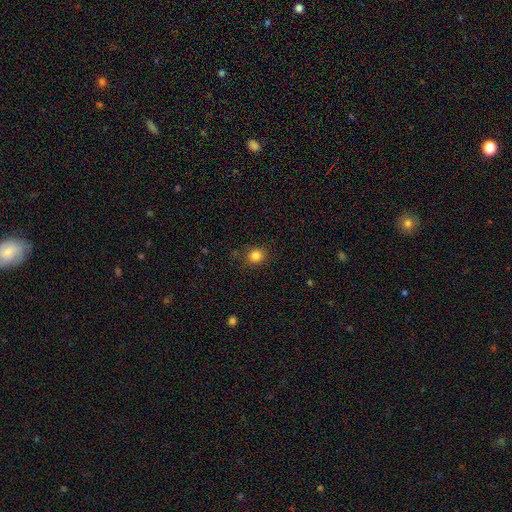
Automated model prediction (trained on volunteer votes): A smooth galaxy with no disk features (84%) that is round (81%).

Vote fractions:
- Smooth or featured? smooth: 84% / star or artifact: 12% / featured or disk: 5%
- How rounded? round: 81% / in between: 18% / cigar-shaped: 1%
- Merging? none: 85% / minor disturbance: 10% / major disturbance: 3% / merger: 1%